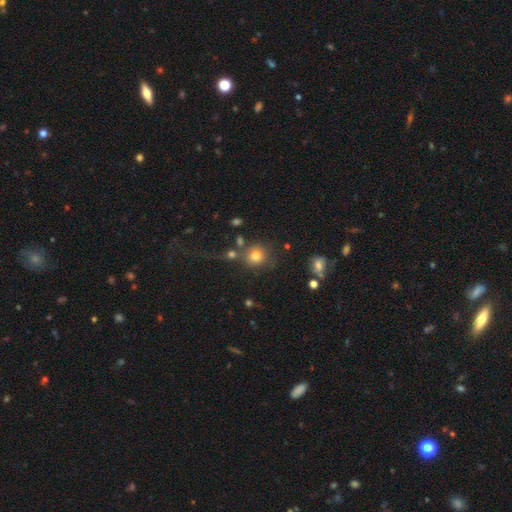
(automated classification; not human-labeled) A smooth galaxy with no disk features (78%) that is round (88%).

Vote fractions:
- Smooth or featured? smooth: 78% / star or artifact: 13% / featured or disk: 9%
- How rounded? round: 88% / in between: 11% / cigar-shaped: 1%
- Merging? none: 66% / merger: 14% / minor disturbance: 11% / major disturbance: 8%